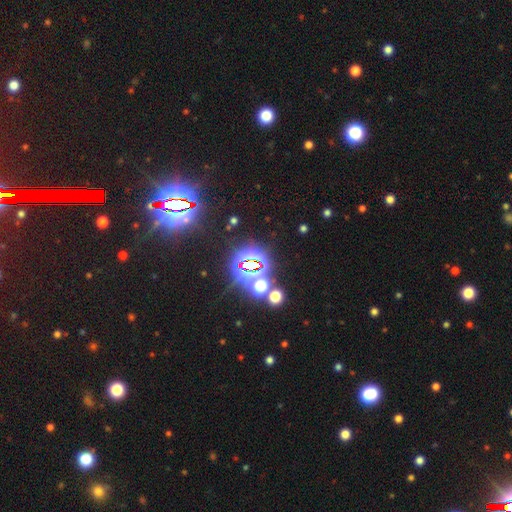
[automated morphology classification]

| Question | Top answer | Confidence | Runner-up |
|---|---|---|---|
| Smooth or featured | star or artifact | 82% | smooth (10%) |